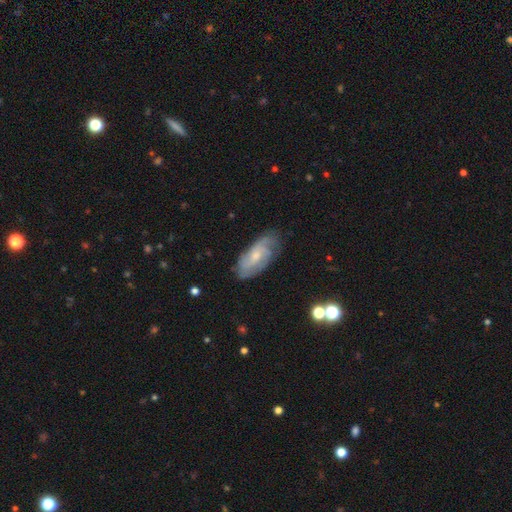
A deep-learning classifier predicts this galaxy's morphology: A featured or disk galaxy (73%) with no bar (65%), tight (50%) spiral arms (93%) and a small central bulge (54%). Merging: none (73%).